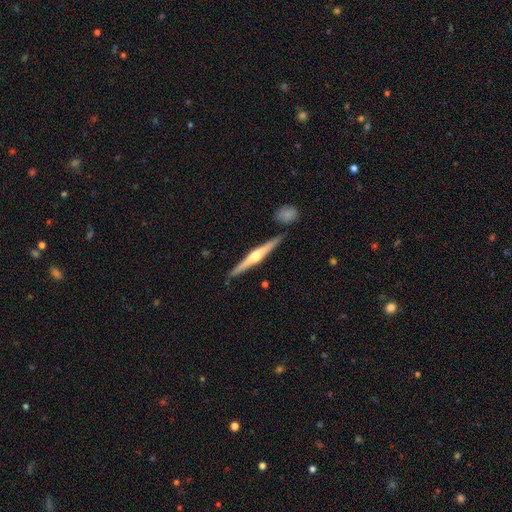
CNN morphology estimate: Overall: featured or disk (74%). Edge-on disk: yes (98%). Edge-on bulge: rounded (92%). Merging: none (86%).